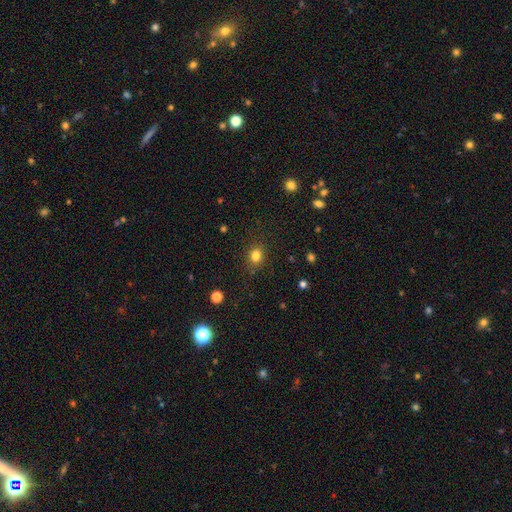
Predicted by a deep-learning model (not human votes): Smooth or featured? smooth (82%)
How rounded? round (62%)
Merging? none (85%)